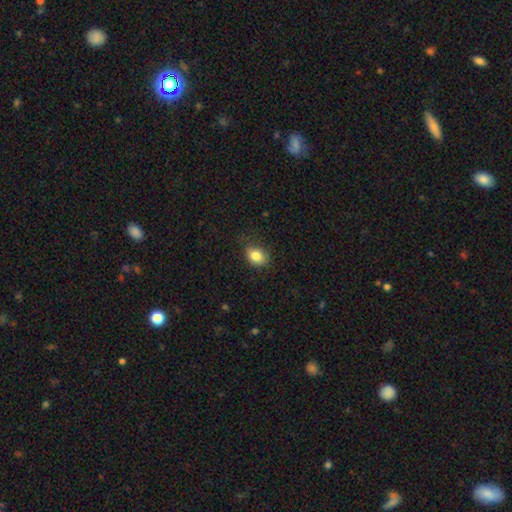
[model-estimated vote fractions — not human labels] Smooth or featured? smooth (84%)
How rounded? in between (60%)
Merging? none (75%)